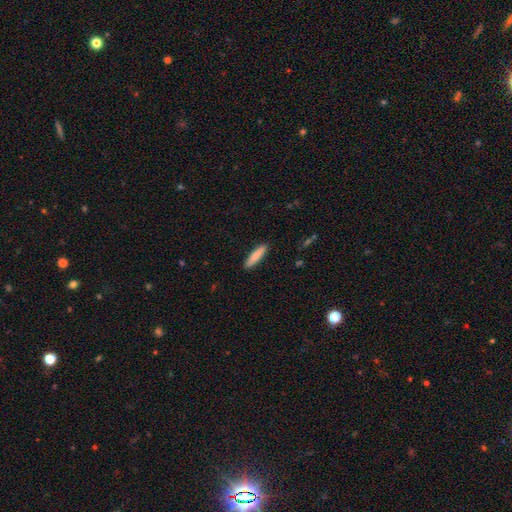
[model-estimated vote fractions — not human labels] smooth-or-featured: smooth: 79% | featured or disk: 16% | star or artifact: 6%
  how-rounded: cigar-shaped: 81% | in between: 18% | round: 1%
  merging: none: 91% | minor disturbance: 7% | major disturbance: 1% | merger: 1%